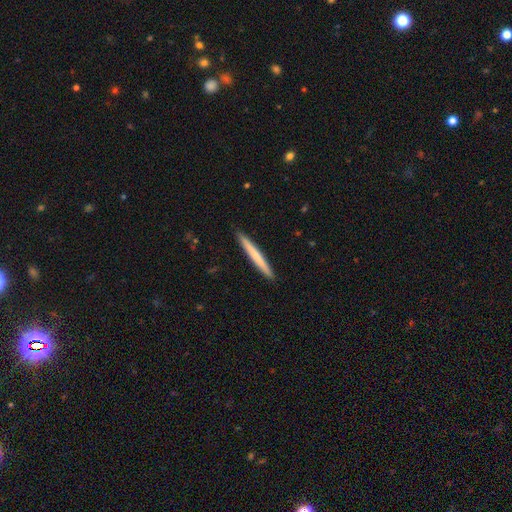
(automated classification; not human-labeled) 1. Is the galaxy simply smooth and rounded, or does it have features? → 63% smooth, 32% featured or disk, 5% star or artifact.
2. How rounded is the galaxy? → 97% cigar-shaped, 2% in between, 1% round.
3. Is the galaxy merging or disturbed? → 93% none, 5% minor disturbance, 1% major disturbance, 1% merger.